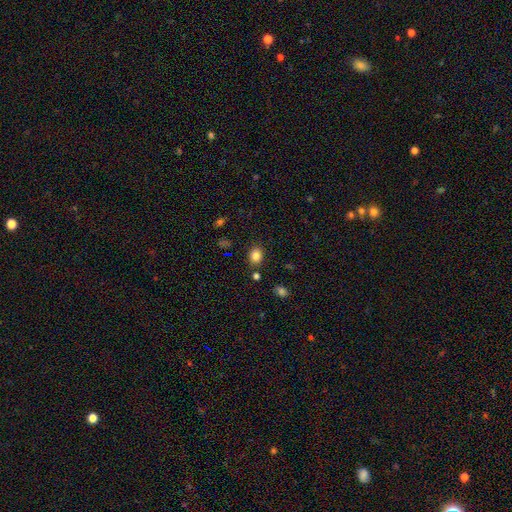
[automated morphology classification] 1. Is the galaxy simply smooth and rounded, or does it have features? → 84% smooth, 11% star or artifact, 5% featured or disk.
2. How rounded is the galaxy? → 51% round, 48% in between, 1% cigar-shaped.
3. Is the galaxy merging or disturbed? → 83% none, 10% minor disturbance, 4% merger, 3% major disturbance.